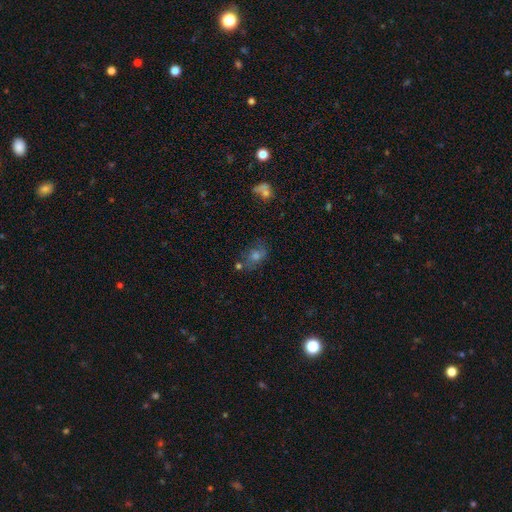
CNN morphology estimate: smooth_or_featured: smooth (p=0.48) [alt: featured or disk p=0.27]
merging: none (p=0.65) [alt: minor disturbance p=0.18]